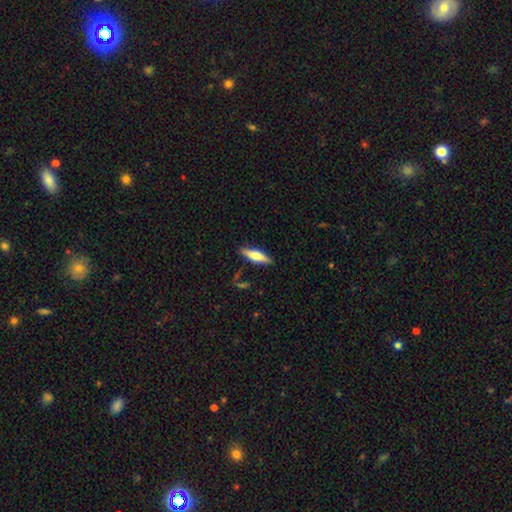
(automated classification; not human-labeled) Smooth or featured? Predicted: smooth (p=0.54). How rounded? Predicted: cigar-shaped (p=0.59). Merging? Predicted: none (p=0.83).